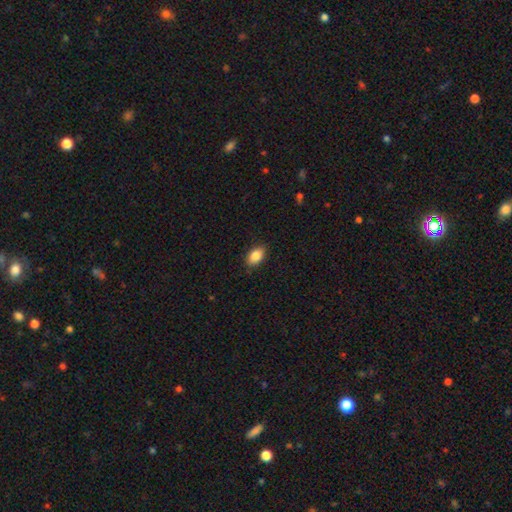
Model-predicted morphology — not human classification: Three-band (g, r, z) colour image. It shows a smooth galaxy with no disk features (87%) that is in between round and cigar-shaped (90%). Merging: none (86%).